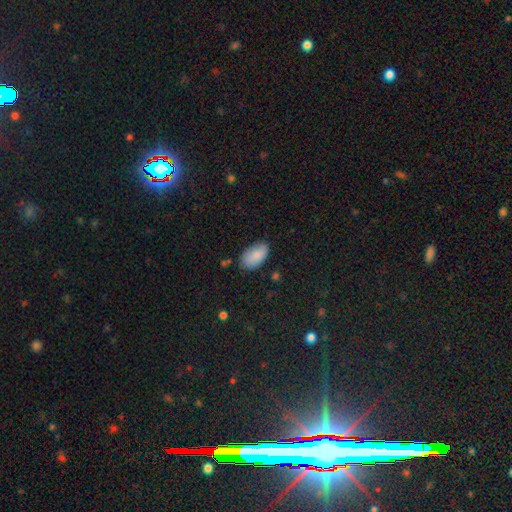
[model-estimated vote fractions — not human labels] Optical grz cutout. It shows a smooth galaxy with no disk features (87%) that is in between round and cigar-shaped (95%). Merging: none (75%).